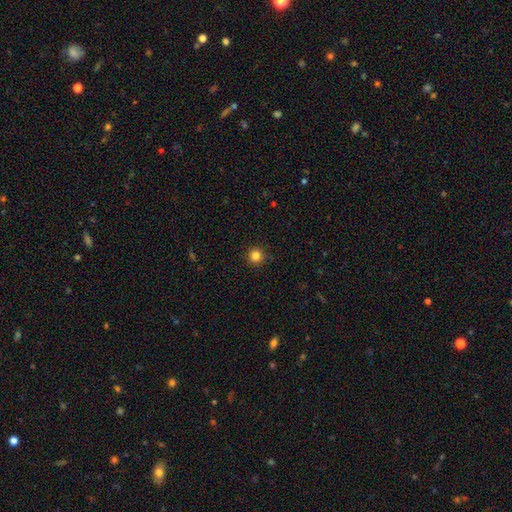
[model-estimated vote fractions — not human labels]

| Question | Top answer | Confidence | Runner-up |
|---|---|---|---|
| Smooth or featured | smooth | 84% | star or artifact (12%) |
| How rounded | round | 96% | in between (3%) |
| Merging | none | 92% | minor disturbance (5%) |